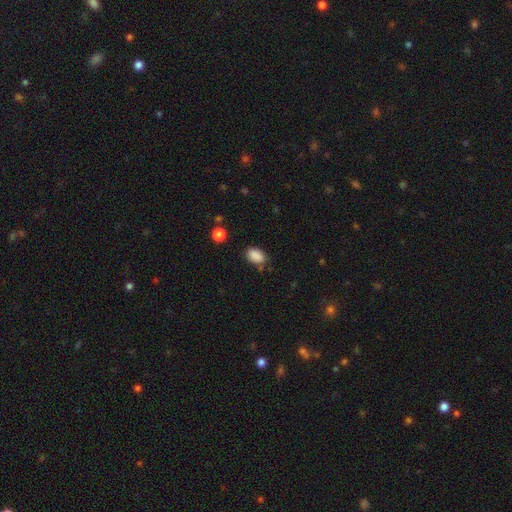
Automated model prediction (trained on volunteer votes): smooth-or-featured: smooth: 87% | star or artifact: 9% | featured or disk: 4%
  how-rounded: in between: 86% | round: 12% | cigar-shaped: 2%
  merging: none: 75% | minor disturbance: 18% | major disturbance: 4% | merger: 4%